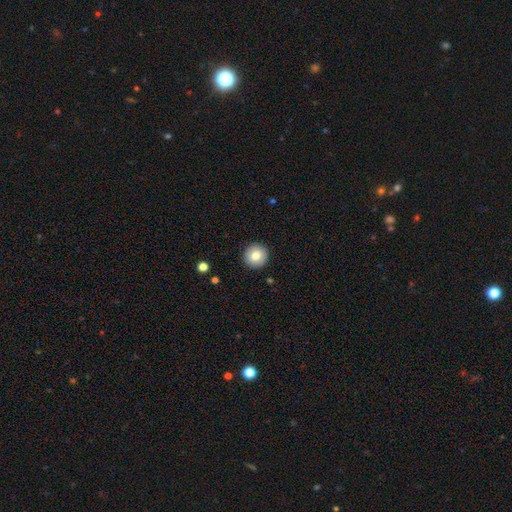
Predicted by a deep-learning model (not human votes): Smooth or featured: smooth — 79% (featured or disk — 13%)
How rounded: round — 96% (in between — 3%)
Merging: none — 92% (minor disturbance — 5%)